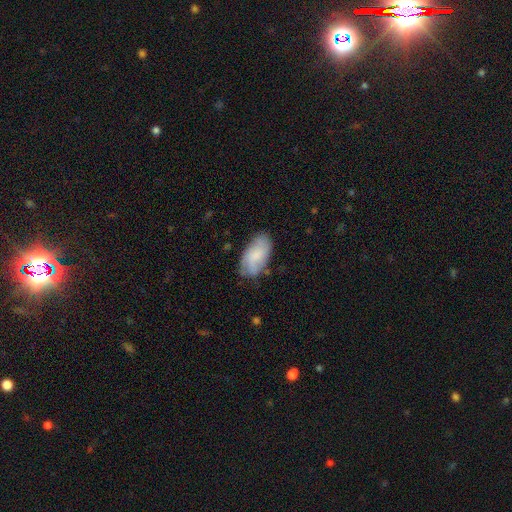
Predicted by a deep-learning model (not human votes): Smooth or featured? smooth (64%)
How rounded? in between (94%)
Merging? none (68%)